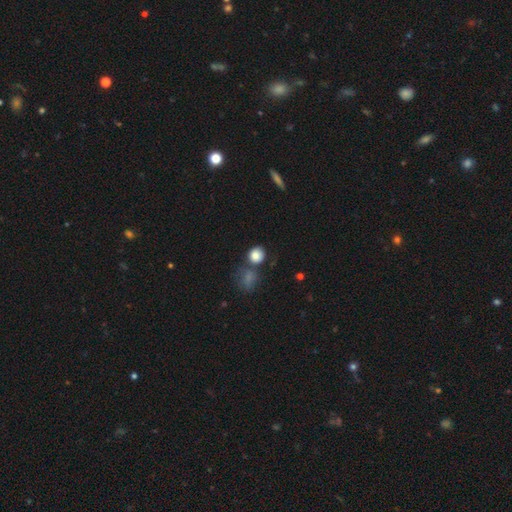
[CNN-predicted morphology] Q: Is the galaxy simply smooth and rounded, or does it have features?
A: smooth — 83%.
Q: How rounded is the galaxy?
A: round — 80%.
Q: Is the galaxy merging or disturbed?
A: none — 65%.